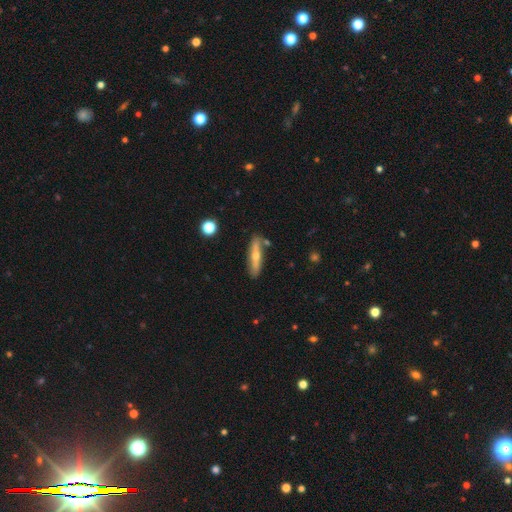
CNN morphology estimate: Overall: featured or disk (52%; smooth 42%). Edge-on disk: yes (81%). Merging: none (79%).